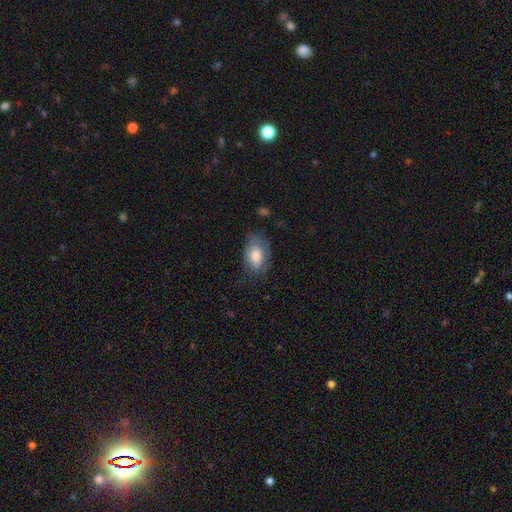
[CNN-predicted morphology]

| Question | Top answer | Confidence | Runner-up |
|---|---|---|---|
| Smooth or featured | smooth | 76% | featured or disk (17%) |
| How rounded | in between | 89% | round (9%) |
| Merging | none | 63% | minor disturbance (26%) |